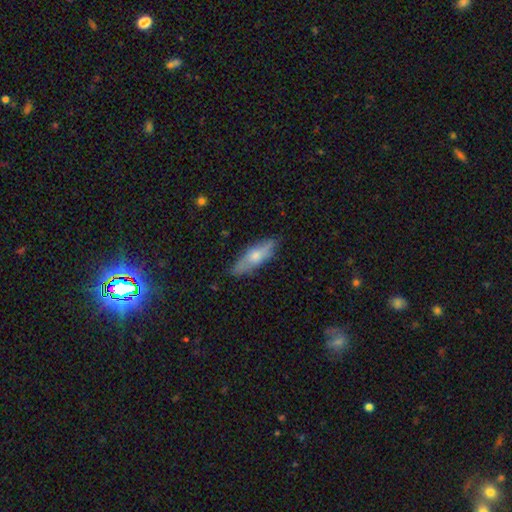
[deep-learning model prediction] Smooth or featured?
  - smooth: 56% *
  - featured or disk: 38%
  - star or artifact: 6%
How rounded?
  - cigar-shaped: 56% *
  - in between: 41%
  - round: 3%
Merging?
  - none: 81% *
  - minor disturbance: 15%
  - major disturbance: 3%
  - merger: 1%